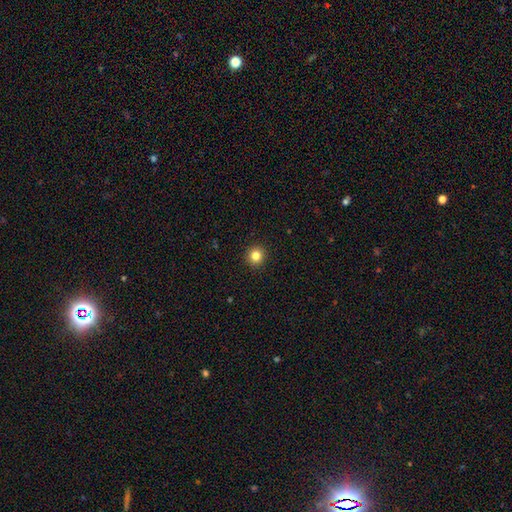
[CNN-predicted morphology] smooth-or-featured: smooth: 83% | star or artifact: 12% | featured or disk: 5%
  how-rounded: round: 93% | in between: 7% | cigar-shaped: 1%
  merging: none: 93% | minor disturbance: 4% | major disturbance: 1% | merger: 1%